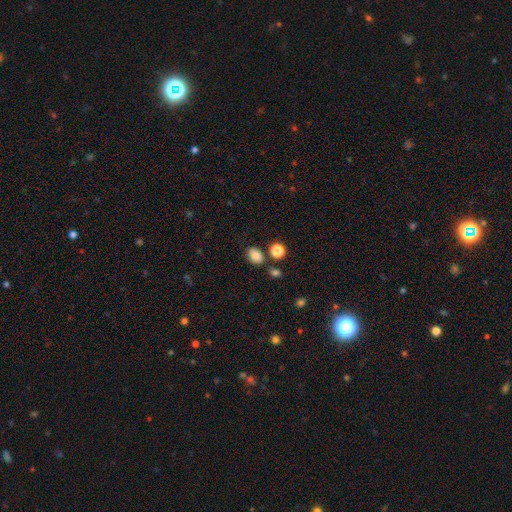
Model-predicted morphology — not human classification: Overall: smooth (83%). How rounded: in between (73%). Merging: none (77%).